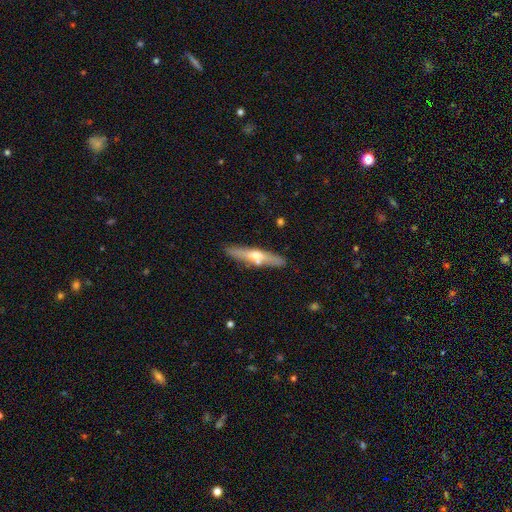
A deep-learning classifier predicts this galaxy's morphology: featured or disk 51%, smooth 43%, star or artifact 6%. Down the decision tree: edge-on disk — yes (91%); merging — none (82%).